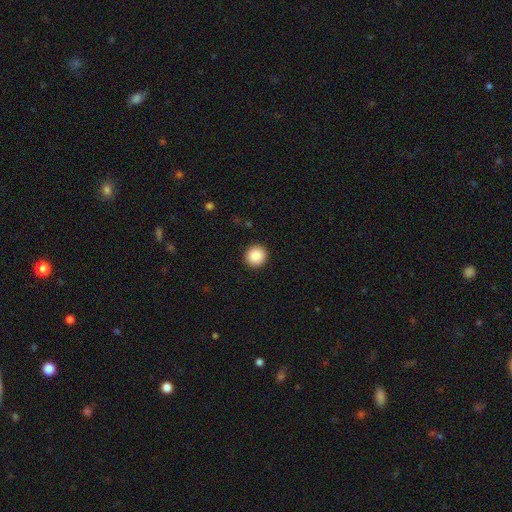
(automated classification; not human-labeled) Smooth or featured? Predicted: smooth (p=0.88). How rounded? Predicted: round (p=0.95). Merging? Predicted: none (p=0.93).